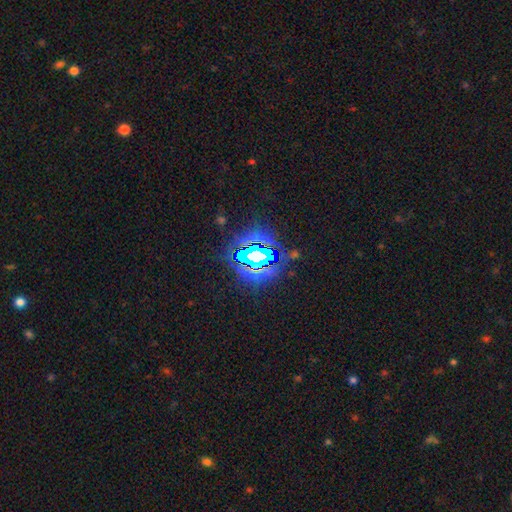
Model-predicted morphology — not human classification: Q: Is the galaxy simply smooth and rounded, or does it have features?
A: star or artifact — 79%.